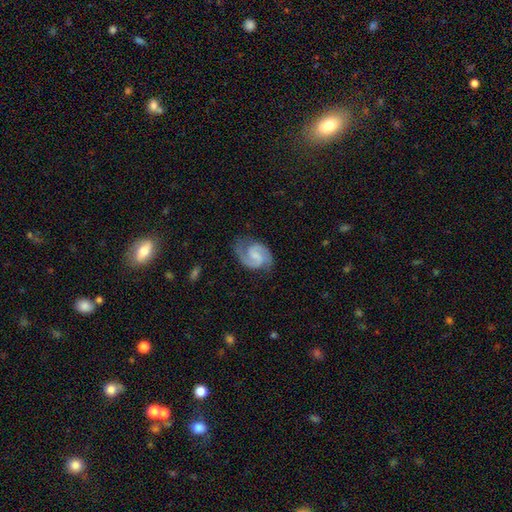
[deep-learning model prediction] This is clearly a featured or disk galaxy (88%). It is clearly not viewed edge-on (98%). Bar: possibly weak (55%). Spiral arm pattern: clearly yes (98%). Spiral arm count: clearly 2 (92%). Spiral winding: possibly medium (57%). Central bulge: marginally none (40%). Merging: likely none (74%).